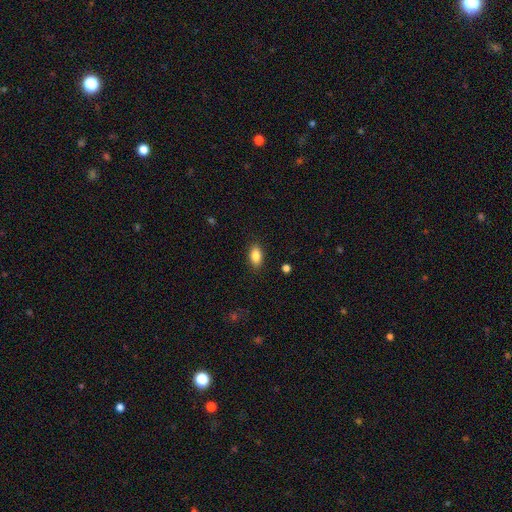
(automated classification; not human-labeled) smooth-or-featured: smooth: 85% | star or artifact: 8% | featured or disk: 6%
  how-rounded: in between: 89% | round: 7% | cigar-shaped: 4%
  merging: none: 87% | minor disturbance: 9% | major disturbance: 2% | merger: 1%